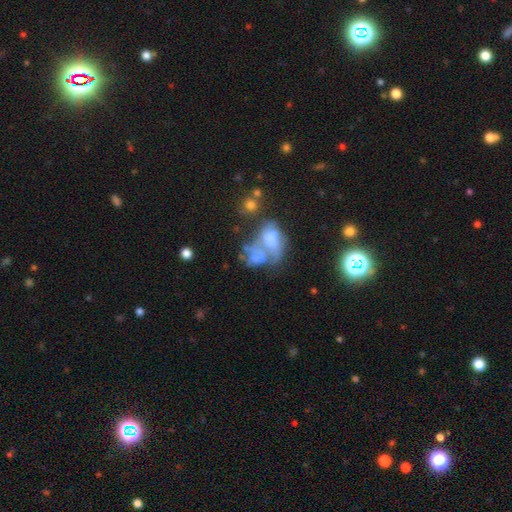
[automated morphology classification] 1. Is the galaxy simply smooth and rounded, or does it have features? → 47% featured or disk, 40% smooth, 13% star or artifact.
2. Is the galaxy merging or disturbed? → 46% merger, 26% major disturbance, 16% none, 12% minor disturbance.